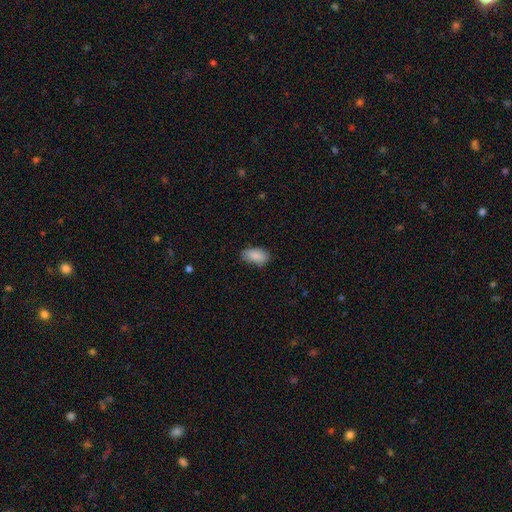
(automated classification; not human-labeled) Morphology: type=smooth (87%); roundness=in between (93%); merging=none (73%).